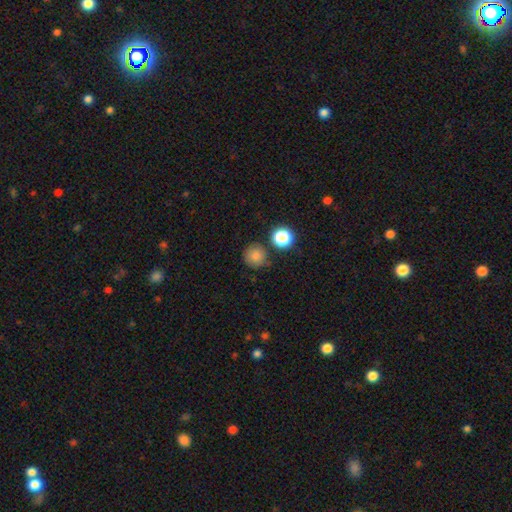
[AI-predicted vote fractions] A smooth galaxy with no disk features (80%) that is round (93%).

Vote fractions:
- Smooth or featured? smooth: 80% / star or artifact: 14% / featured or disk: 6%
- How rounded? round: 93% / in between: 6% / cigar-shaped: 1%
- Merging? none: 77% / minor disturbance: 13% / merger: 7% / major disturbance: 4%